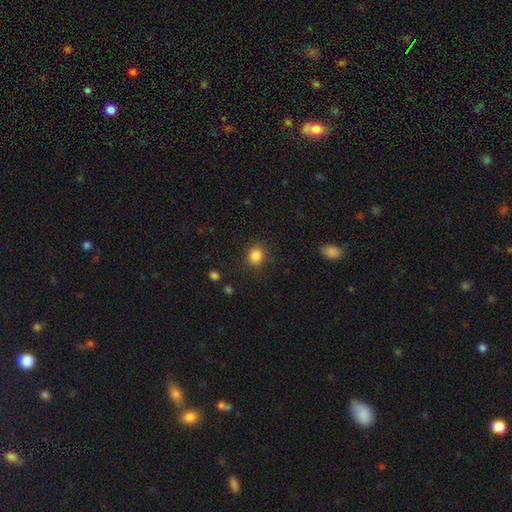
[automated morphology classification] Overall: smooth (85%). How rounded: round (79%). Merging: none (83%).